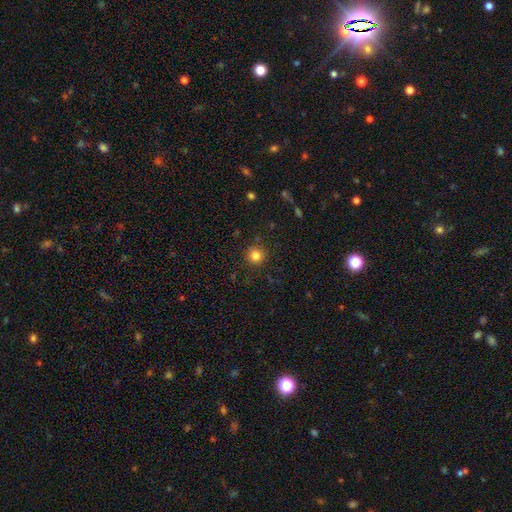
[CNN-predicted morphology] A smooth galaxy with no disk features (82%) that is round (94%).

Vote fractions:
- Smooth or featured? smooth: 82% / star or artifact: 12% / featured or disk: 6%
- How rounded? round: 94% / in between: 5% / cigar-shaped: 1%
- Merging? none: 90% / minor disturbance: 6% / major disturbance: 2% / merger: 2%